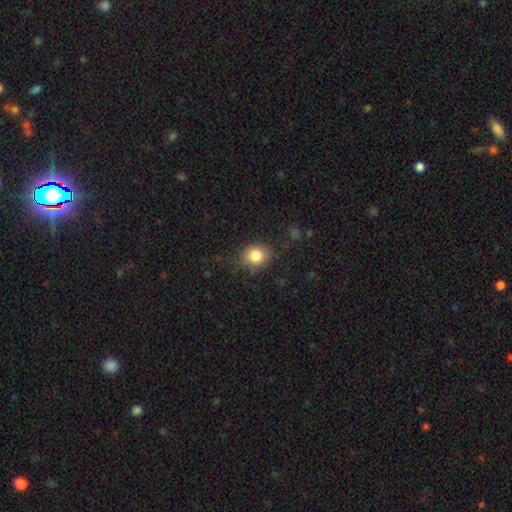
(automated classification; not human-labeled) Morphology: type=smooth (83%); roundness=round (69%); merging=none (76%).